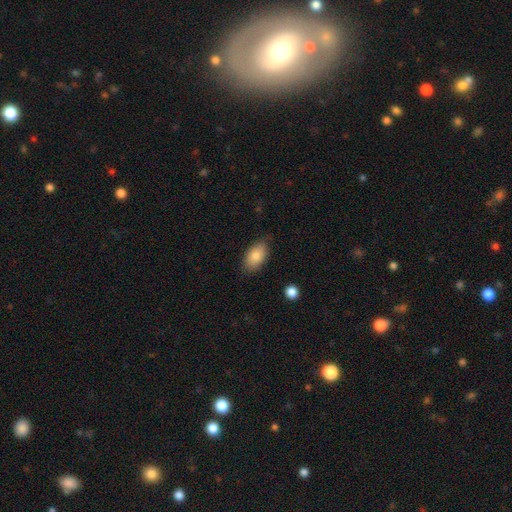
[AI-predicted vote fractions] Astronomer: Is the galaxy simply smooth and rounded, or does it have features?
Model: smooth — 83%.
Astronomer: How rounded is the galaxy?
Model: in between — 94%.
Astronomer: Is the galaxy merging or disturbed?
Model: none — 80%.